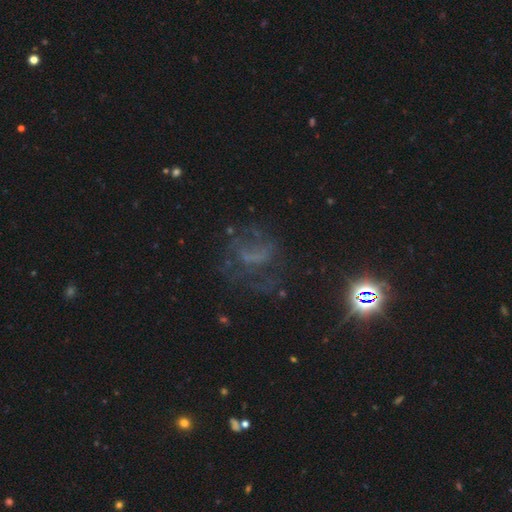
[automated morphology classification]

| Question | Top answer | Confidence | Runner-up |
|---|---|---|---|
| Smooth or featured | featured or disk | 44% | star or artifact (37%) |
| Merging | none | 50% | major disturbance (28%) |